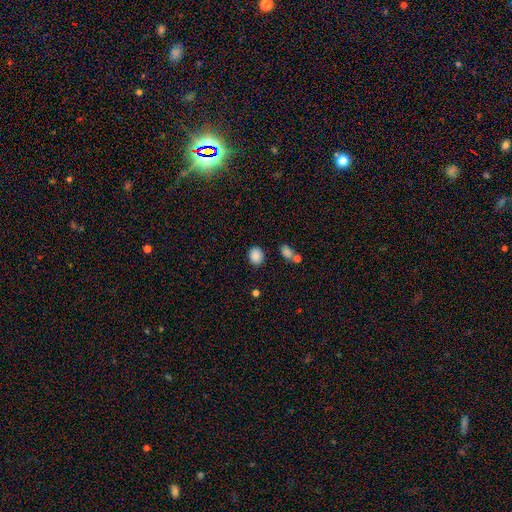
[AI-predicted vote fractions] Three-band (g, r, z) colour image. It shows a smooth galaxy with no disk features (87%) that is round (53%). Merging: none (83%).